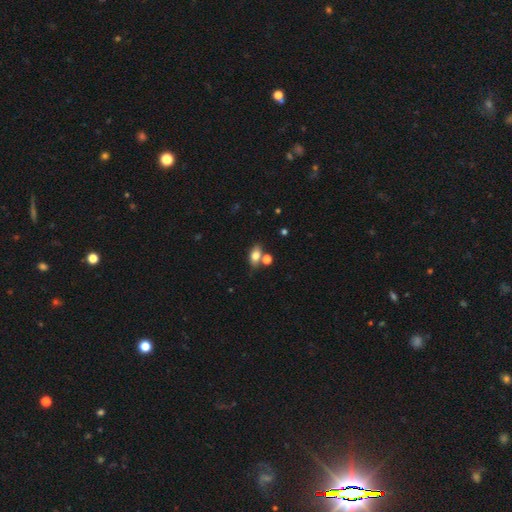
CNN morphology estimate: Smooth or featured? Predicted: smooth (p=0.77). How rounded? Predicted: in between (p=0.83). Merging? Predicted: none (p=0.61).